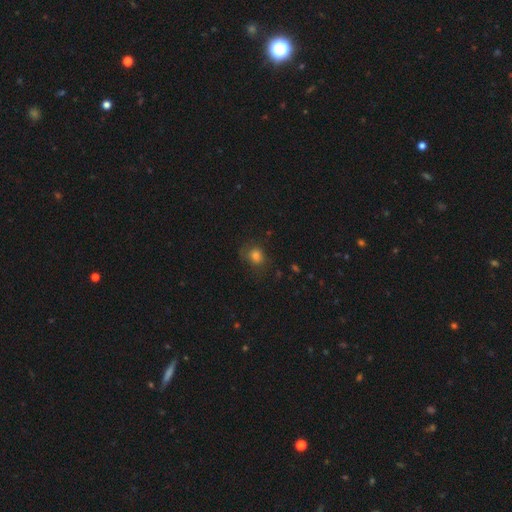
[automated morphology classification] smooth_or_featured: smooth (p=0.72) [alt: star or artifact p=0.16]
how_rounded: round (p=0.64) [alt: in between p=0.35]
merging: none (p=0.61) [alt: minor disturbance p=0.22]